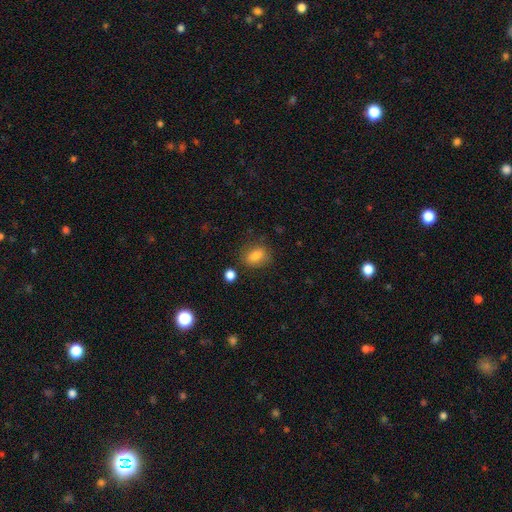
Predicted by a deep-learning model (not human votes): smooth-or-featured: smooth: 81% | star or artifact: 10% | featured or disk: 9%
  how-rounded: in between: 70% | round: 27% | cigar-shaped: 2%
  merging: none: 78% | minor disturbance: 14% | major disturbance: 4% | merger: 3%